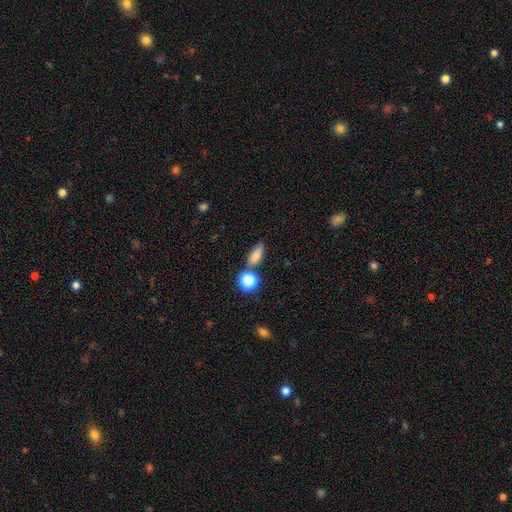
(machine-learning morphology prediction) The model was most divided on "merging": none: 66%, minor disturbance: 16%, merger: 14%, major disturbance: 5%. More confident: smooth or featured — smooth (79%); how rounded — in between (68%).